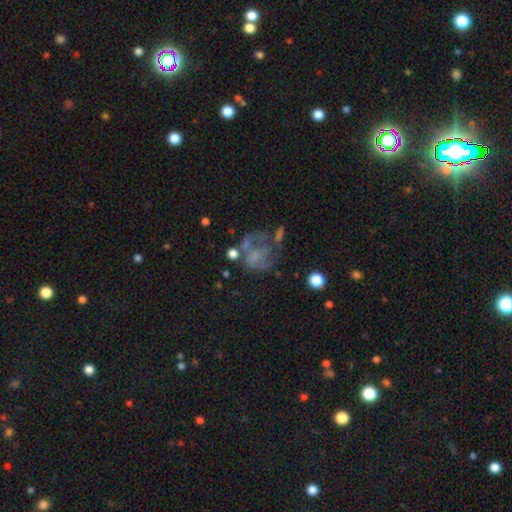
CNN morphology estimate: This is possibly a featured or disk galaxy (54%). It is clearly not viewed edge-on (98%). Bar: likely no (77%). Spiral arm pattern: likely no (65%). Central bulge: likely none (66%). Merging: marginally major disturbance (38%).